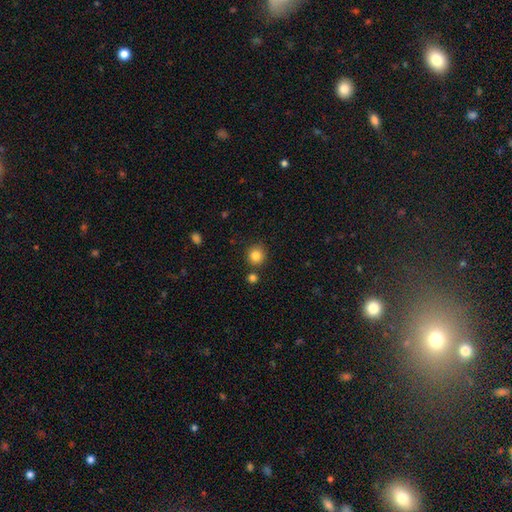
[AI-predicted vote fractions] The model was most divided on "smooth or featured": smooth: 84%, star or artifact: 11%, featured or disk: 5%. More confident: how rounded — round (92%); merging — none (83%).